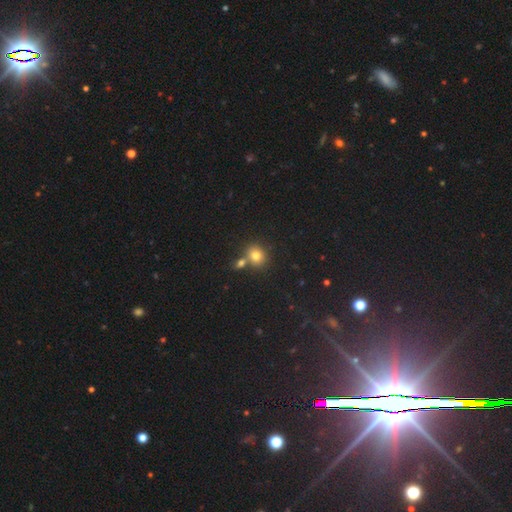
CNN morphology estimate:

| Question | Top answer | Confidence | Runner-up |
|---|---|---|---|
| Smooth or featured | smooth | 77% | star or artifact (14%) |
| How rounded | round | 73% | in between (26%) |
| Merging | none | 59% | merger (29%) |